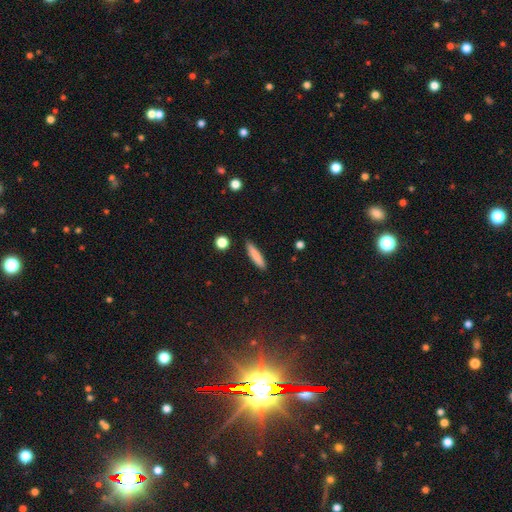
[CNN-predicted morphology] Overall: smooth (83%). How rounded: cigar-shaped (85%). Merging: none (89%).